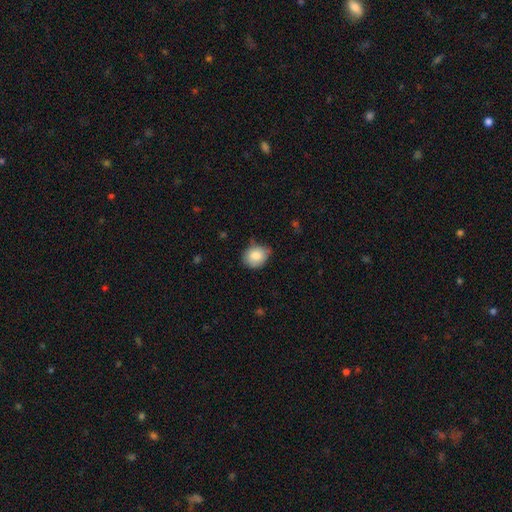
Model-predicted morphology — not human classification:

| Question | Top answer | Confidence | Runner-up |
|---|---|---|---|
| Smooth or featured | smooth | 83% | featured or disk (9%) |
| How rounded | round | 56% | in between (43%) |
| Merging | none | 63% | minor disturbance (30%) |